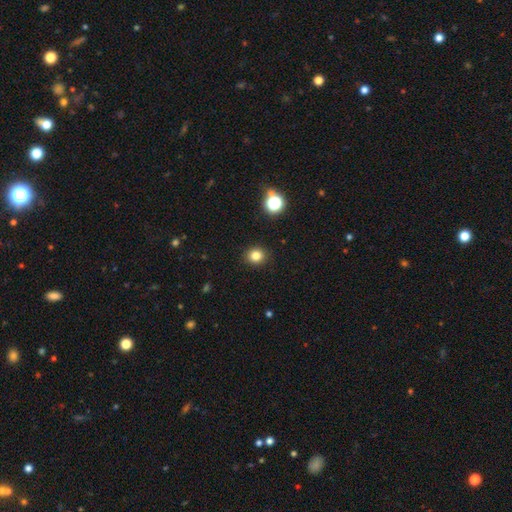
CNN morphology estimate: This appears to be a smooth galaxy with no disk features (81%) that is round (82%). Merging: none (91%).